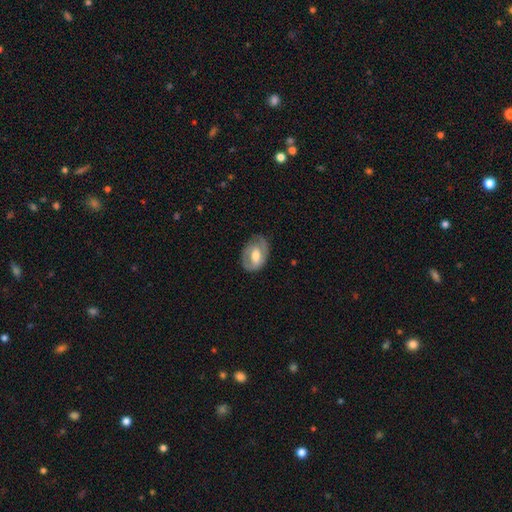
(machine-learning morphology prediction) Smooth or featured?
  - featured or disk: 51% *
  - smooth: 43%
  - star or artifact: 6%
Edge-on disk?
  - no: 94% *
  - yes: 6%
Merging?
  - none: 68% *
  - minor disturbance: 23%
  - major disturbance: 9%
  - merger: 1%